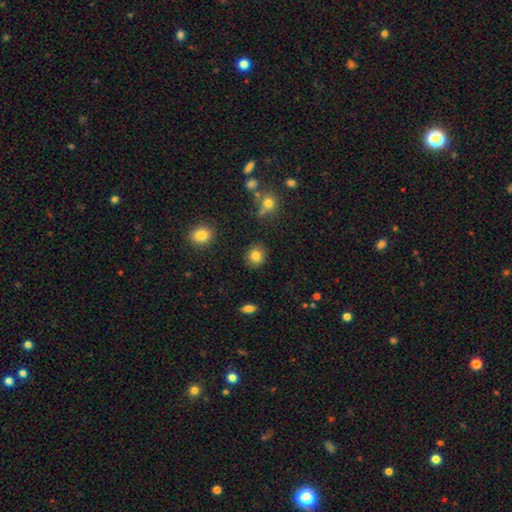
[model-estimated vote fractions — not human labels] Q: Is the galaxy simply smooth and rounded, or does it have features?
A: smooth — 83%.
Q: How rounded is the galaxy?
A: round — 80%.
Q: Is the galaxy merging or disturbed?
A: none — 87%.